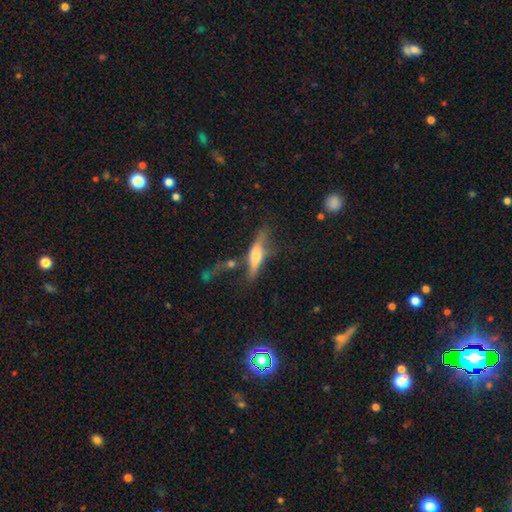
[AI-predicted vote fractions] The model was most divided on "smooth or featured": featured or disk: 56%, smooth: 36%, star or artifact: 8%. More confident: edge-on disk — yes (86%); merging — none (51%).